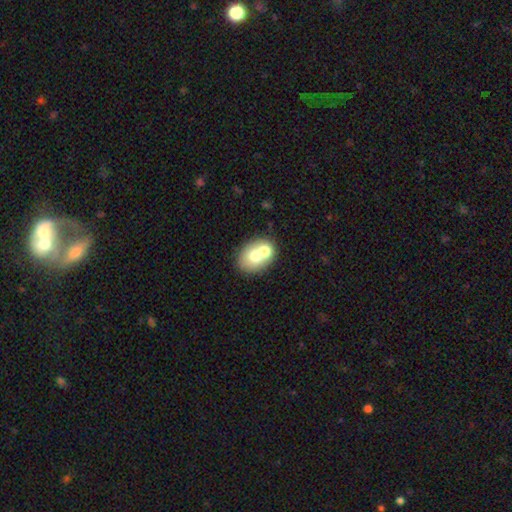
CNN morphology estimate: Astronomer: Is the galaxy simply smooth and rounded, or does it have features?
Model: smooth — 66%.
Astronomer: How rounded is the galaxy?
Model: in between — 52% (runner-up: round, 47%).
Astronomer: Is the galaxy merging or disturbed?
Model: merger — 48% (runner-up: none, 41%).